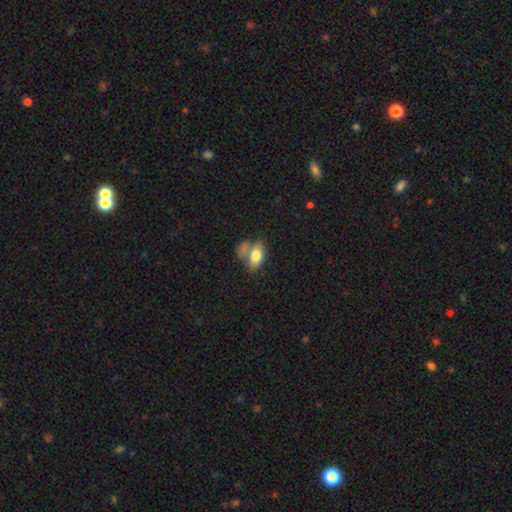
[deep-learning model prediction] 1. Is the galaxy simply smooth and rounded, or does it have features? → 79% smooth, 14% featured or disk, 8% star or artifact.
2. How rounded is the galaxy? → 87% in between, 10% round, 3% cigar-shaped.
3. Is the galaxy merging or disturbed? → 43% merger, 33% none, 15% minor disturbance, 9% major disturbance.